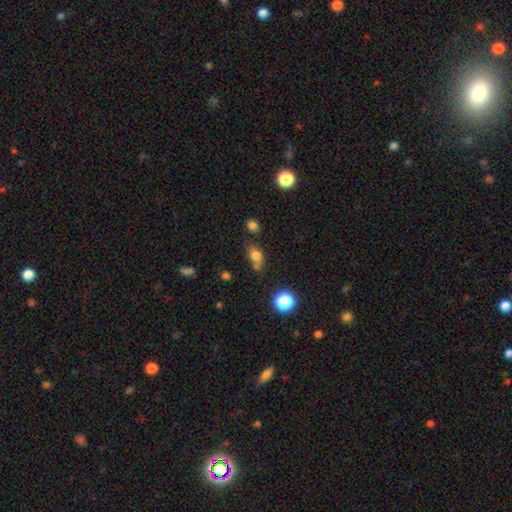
Q: Smooth or featured?
A: smooth (79%); runner-up: featured or disk (16%)
Q: How rounded?
A: in between (53%); runner-up: round (47%)
Q: Merging?
A: none (39%); tied with: merger (39%)